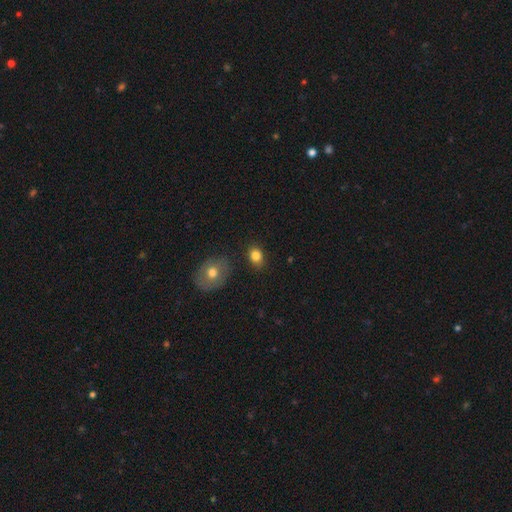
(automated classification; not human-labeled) Smooth or featured? smooth (82%)
How rounded? in between (60%)
Merging? none (83%)